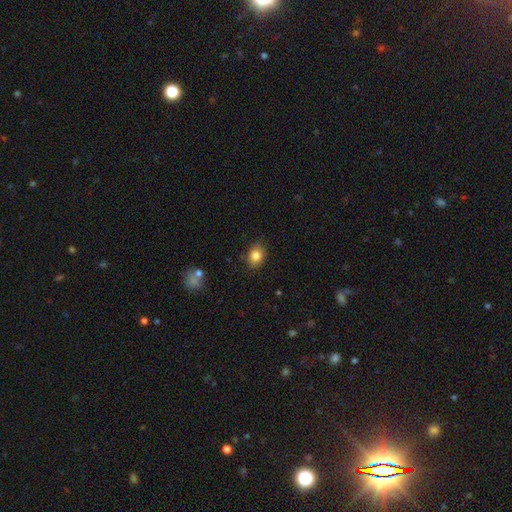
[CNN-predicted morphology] Overall: smooth (84%). How rounded: in between (65%; round 34%). Merging: none (84%).